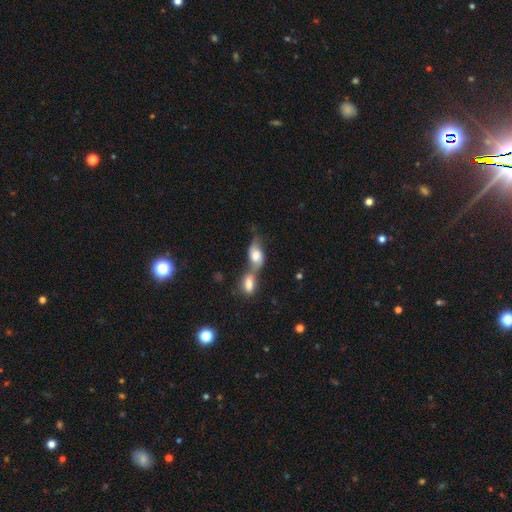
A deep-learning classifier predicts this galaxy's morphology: Smooth or featured? smooth (59%)
How rounded? in between (77%)
Merging? merger (69%)